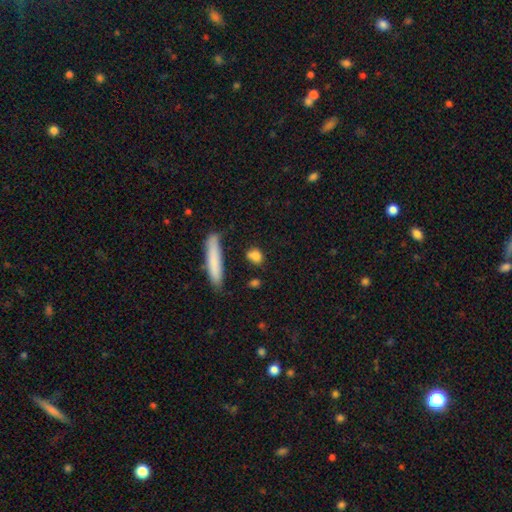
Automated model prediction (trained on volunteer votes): The model was most divided on "how rounded": in between: 51%, round: 28%, cigar-shaped: 21%. More confident: smooth or featured — smooth (82%); merging — none (71%).